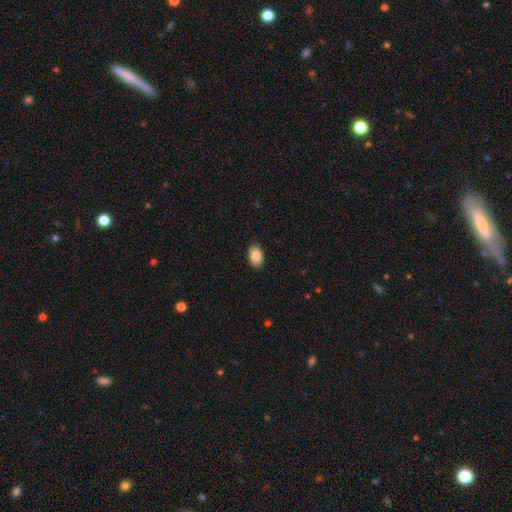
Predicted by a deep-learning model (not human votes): A smooth galaxy with no disk features (86%) that is in between round and cigar-shaped (87%).

Vote fractions:
- Smooth or featured? smooth: 86% / star or artifact: 7% / featured or disk: 7%
- How rounded? in between: 87% / round: 12% / cigar-shaped: 1%
- Merging? none: 90% / minor disturbance: 7% / major disturbance: 2% / merger: 1%